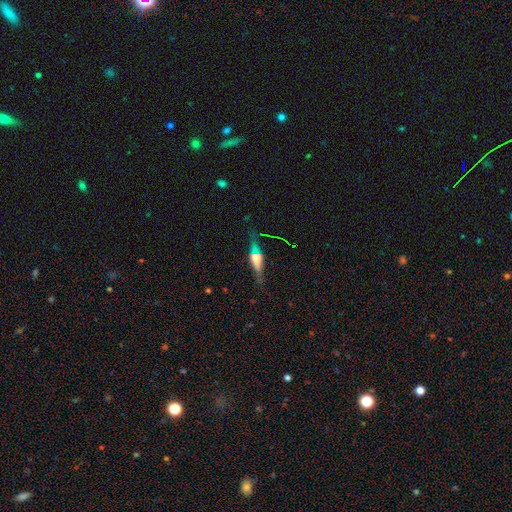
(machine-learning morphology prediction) featured or disk 67%, smooth 22%, star or artifact 11%. Down the decision tree: edge-on disk — yes (94%); edge-on bulge — rounded (84%); merging — none (78%).